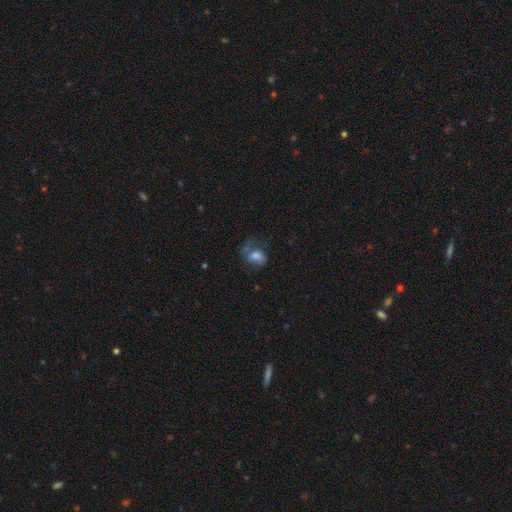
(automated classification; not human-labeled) A smooth galaxy with no disk features (61%) that is in between round and cigar-shaped (69%).

Vote fractions:
- Smooth or featured? smooth: 61% / featured or disk: 27% / star or artifact: 11%
- How rounded? in between: 69% / round: 30% / cigar-shaped: 2%
- Merging? major disturbance: 37% / none: 32% / minor disturbance: 23% / merger: 8%